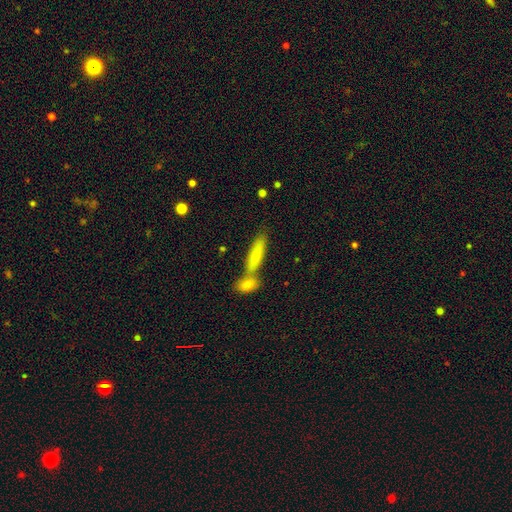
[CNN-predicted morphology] The model was most divided on "merging": none: 55%, merger: 32%, minor disturbance: 10%, major disturbance: 3%. More confident: smooth or featured — smooth (78%); how rounded — cigar-shaped (63%).